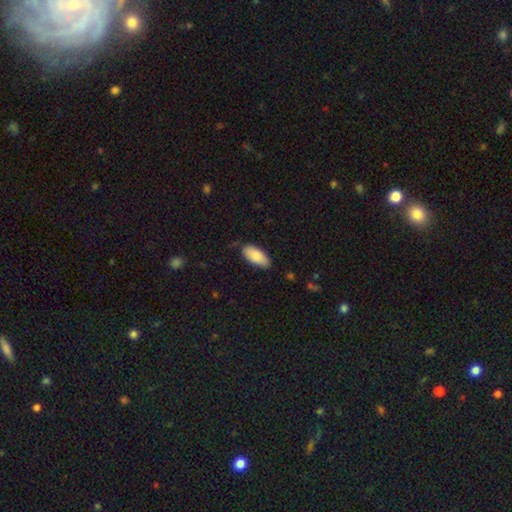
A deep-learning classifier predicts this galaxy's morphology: This is clearly a smooth galaxy (85%). How rounded: clearly in between (91%). Merging: likely none (78%).